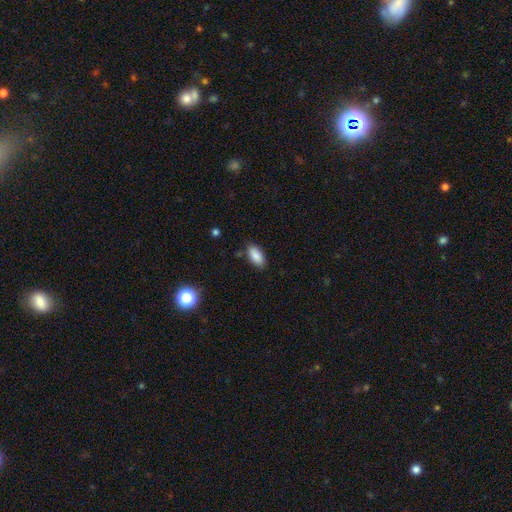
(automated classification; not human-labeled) This is clearly a smooth galaxy (88%). How rounded: clearly in between (91%). Merging: clearly none (82%).